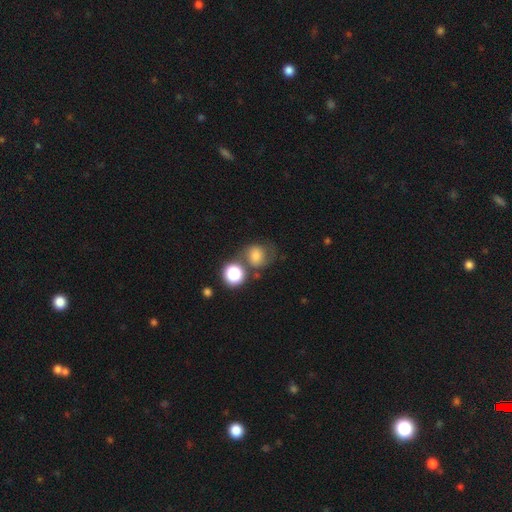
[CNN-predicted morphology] A smooth galaxy with no disk features (63%) that is round (75%). Merging: none (49%).